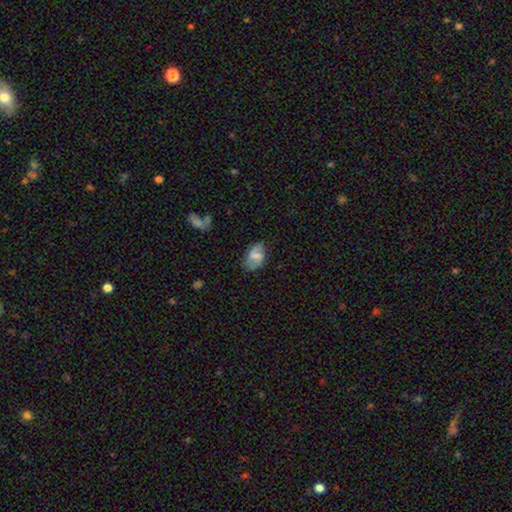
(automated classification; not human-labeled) smooth_or_featured: featured or disk (p=0.52) [alt: smooth p=0.40]
disk_edge_on: no (p=0.96) [alt: yes p=0.04]
merging: none (p=0.68) [alt: minor disturbance p=0.22]